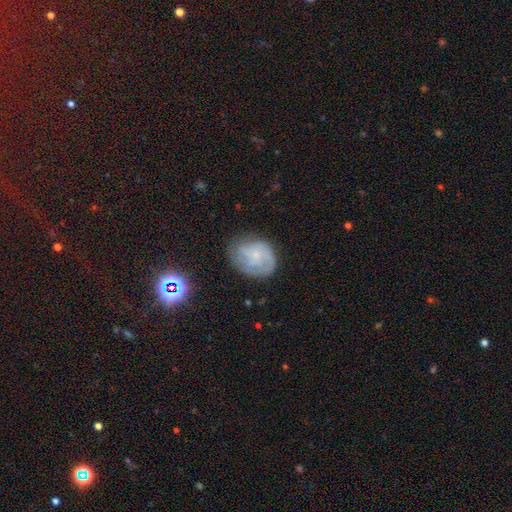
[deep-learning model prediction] smooth_or_featured: featured or disk (p=0.58) [alt: smooth p=0.32]
disk_edge_on: no (p=0.98) [alt: yes p=0.02]
bar: no (p=0.74) [alt: weak p=0.23]
has_spiral_arms: yes (p=0.82) [alt: no p=0.18]
bulge_size: small (p=0.72) [alt: moderate p=0.14]
merging: none (p=0.63) [alt: minor disturbance p=0.24]